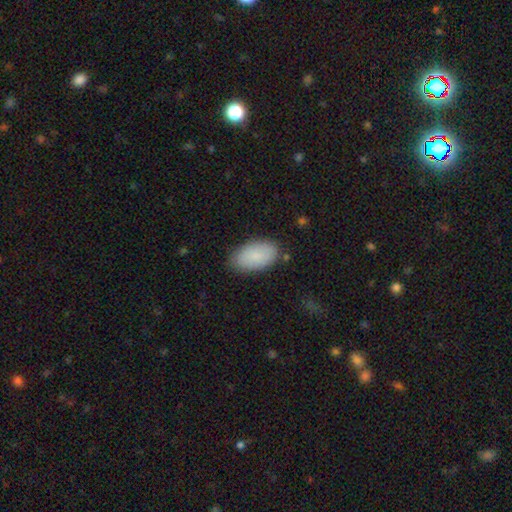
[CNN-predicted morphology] This appears to be a smooth galaxy with no disk features (85%) that is in between round and cigar-shaped (95%). Merging: none (81%).